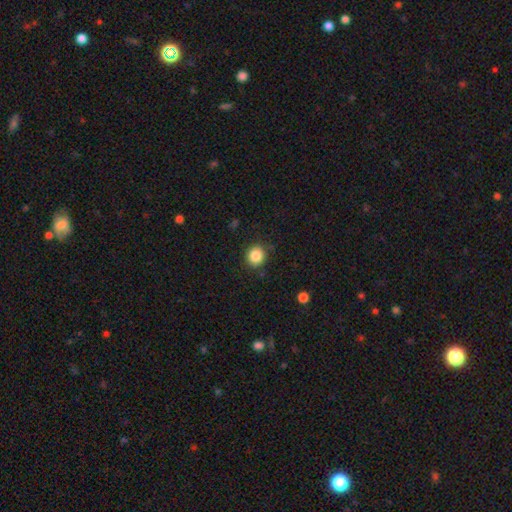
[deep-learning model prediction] smooth-or-featured: smooth: 86% | star or artifact: 10% | featured or disk: 4%
  how-rounded: round: 87% | in between: 12% | cigar-shaped: 1%
  merging: none: 88% | minor disturbance: 8% | major disturbance: 3% | merger: 1%